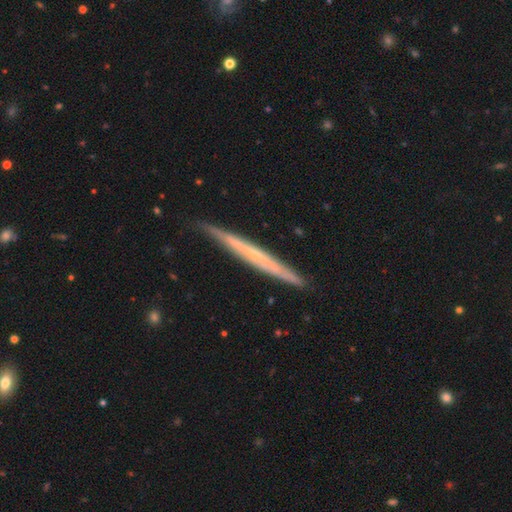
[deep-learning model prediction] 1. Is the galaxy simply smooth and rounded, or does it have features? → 67% featured or disk, 27% smooth, 6% star or artifact.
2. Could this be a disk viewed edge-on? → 95% yes, 5% no.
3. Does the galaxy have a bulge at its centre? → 63% none, 33% rounded, 4% boxy.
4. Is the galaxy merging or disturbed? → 85% none, 12% minor disturbance, 2% major disturbance, 1% merger.